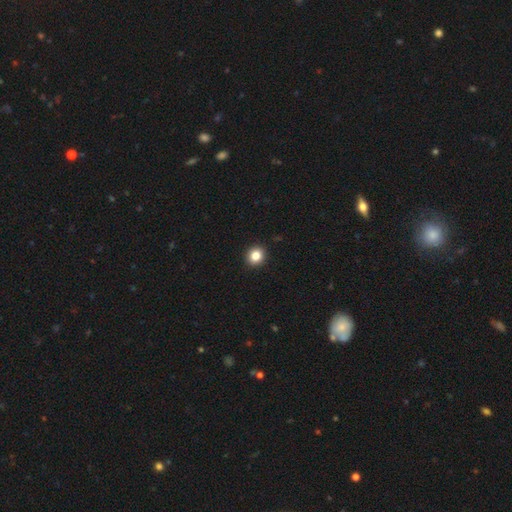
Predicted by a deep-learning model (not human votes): Morphology: type=smooth (85%); roundness=round (83%); merging=none (93%).